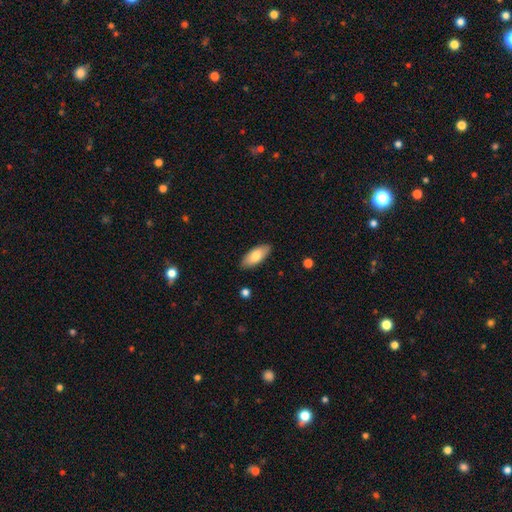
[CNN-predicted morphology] smooth 77%, featured or disk 18%, star or artifact 6%. Down the decision tree: how rounded — in between (84%); merging — none (89%).